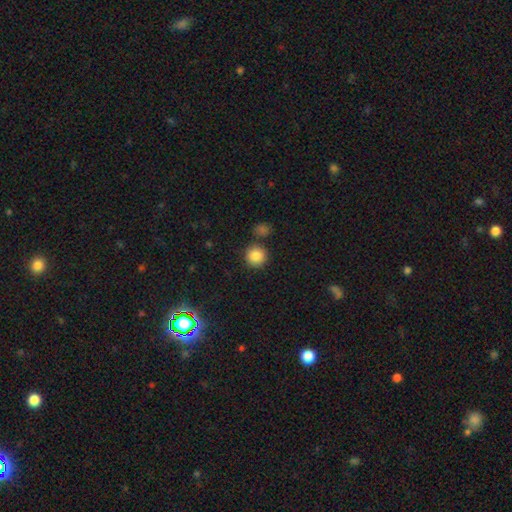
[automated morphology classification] Q: Smooth or featured?
A: smooth (87%); runner-up: star or artifact (9%)
Q: How rounded?
A: round (93%); runner-up: in between (7%)
Q: Merging?
A: none (81%); runner-up: merger (8%)